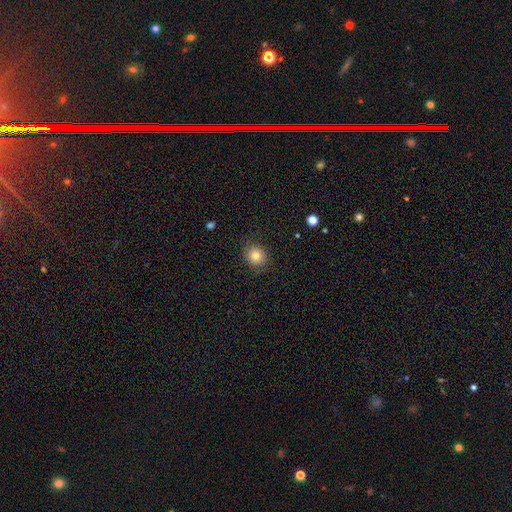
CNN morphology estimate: This is likely a smooth galaxy (77%). How rounded: clearly round (85%). Merging: clearly none (82%).